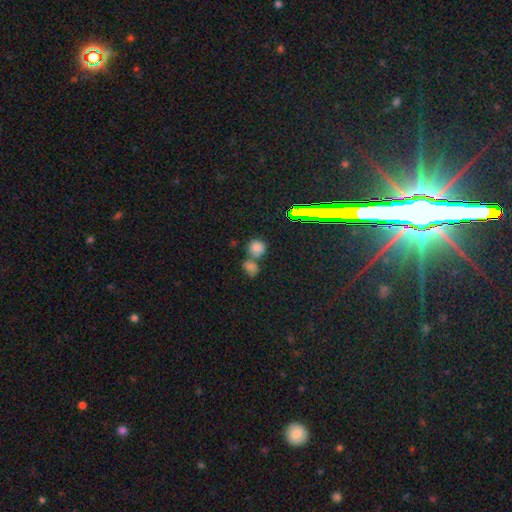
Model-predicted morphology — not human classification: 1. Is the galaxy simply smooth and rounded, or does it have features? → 51% star or artifact, 32% smooth, 17% featured or disk.